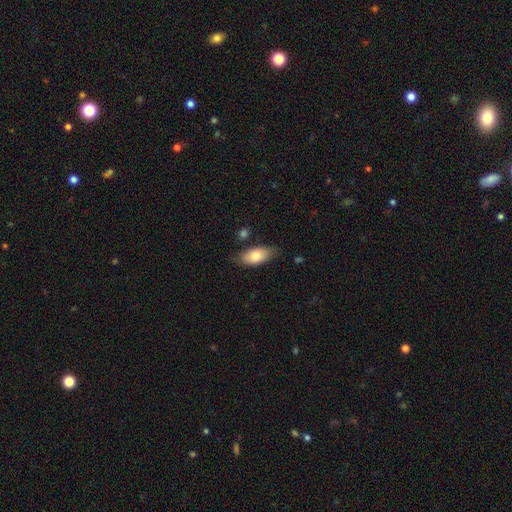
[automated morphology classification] Smooth or featured? smooth (79%)
How rounded? in between (89%)
Merging? none (76%)